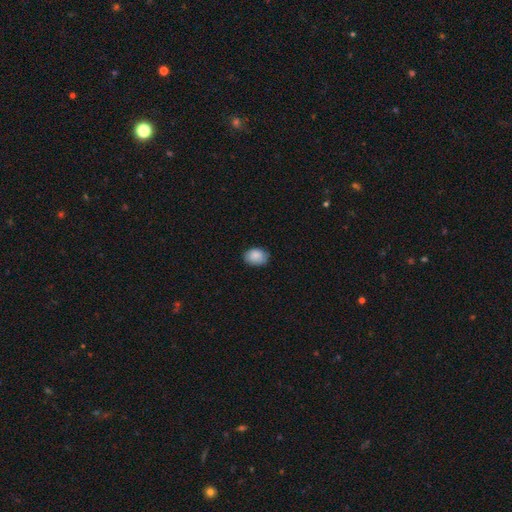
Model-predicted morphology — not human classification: smooth 88%, star or artifact 7%, featured or disk 5%. Down the decision tree: how rounded — in between (70%); merging — none (79%).